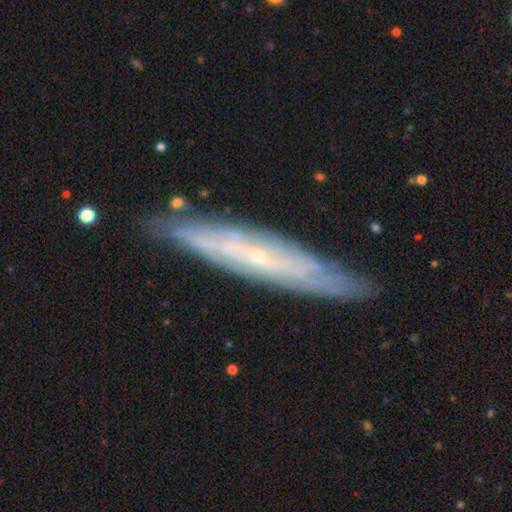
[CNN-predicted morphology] This appears to be a featured or disk galaxy (76%) viewed edge-on (58%). Merging: none (85%).